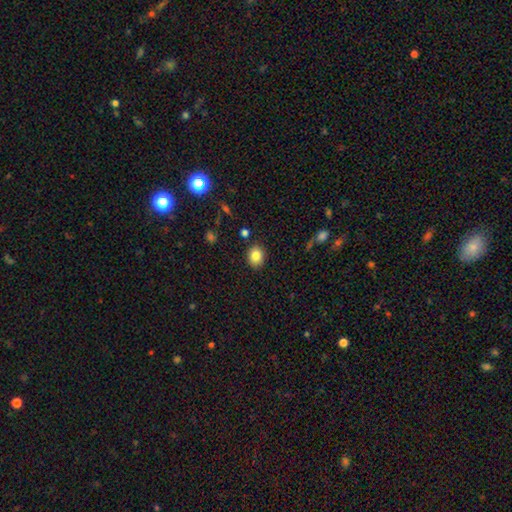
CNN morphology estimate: A smooth galaxy with no disk features (83%) that is round (52%).

Vote fractions:
- Smooth or featured? smooth: 83% / star or artifact: 10% / featured or disk: 7%
- How rounded? round: 52% / in between: 47% / cigar-shaped: 1%
- Merging? none: 87% / minor disturbance: 9% / merger: 2% / major disturbance: 2%